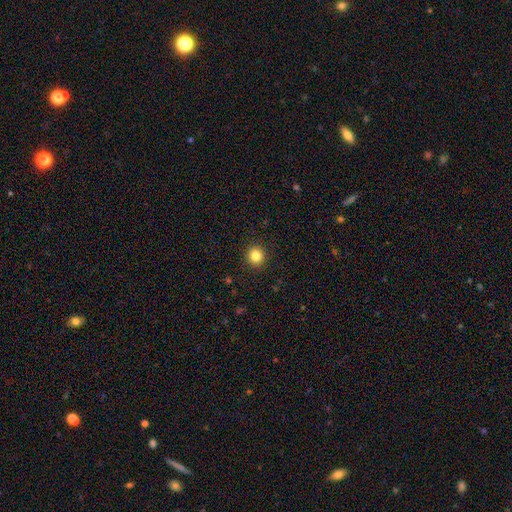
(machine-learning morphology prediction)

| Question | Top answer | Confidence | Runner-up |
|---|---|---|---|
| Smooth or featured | smooth | 83% | star or artifact (12%) |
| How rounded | round | 94% | in between (6%) |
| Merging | none | 93% | minor disturbance (5%) |